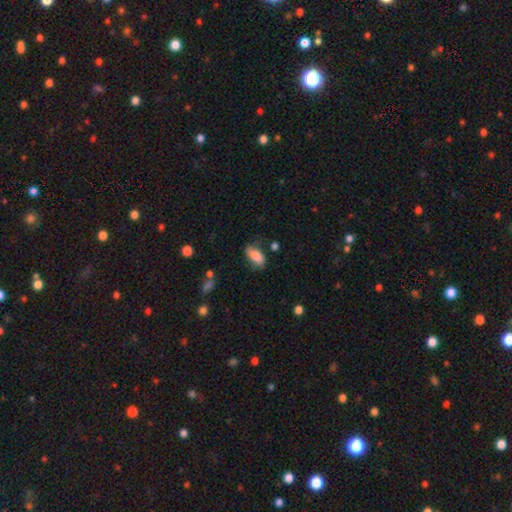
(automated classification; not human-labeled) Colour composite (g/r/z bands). It shows a smooth galaxy with no disk features (78%) that is in between round and cigar-shaped (89%). Merging: none (61%).